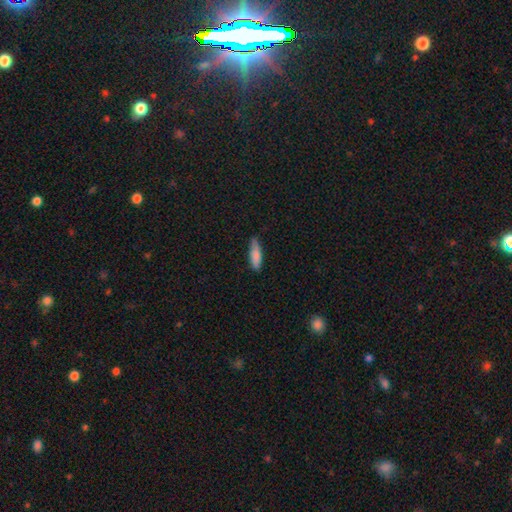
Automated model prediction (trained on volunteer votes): Q: Smooth or featured?
A: smooth (83%); runner-up: featured or disk (10%)
Q: How rounded?
A: cigar-shaped (61%); runner-up: in between (37%)
Q: Merging?
A: none (70%); runner-up: minor disturbance (25%)